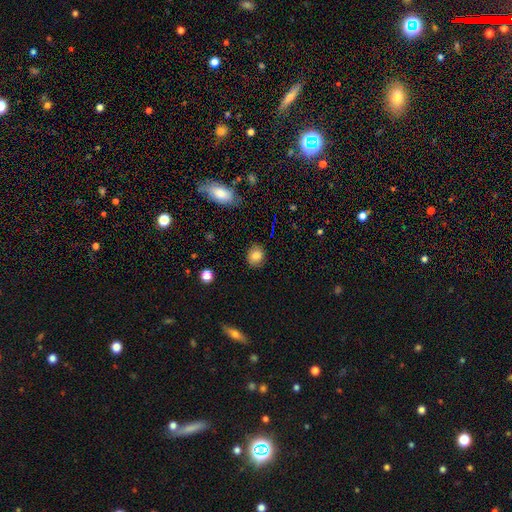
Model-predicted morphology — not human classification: The model was most divided on "how rounded": round: 65%, in between: 34%, cigar-shaped: 1%. More confident: merging — none (87%); smooth or featured — smooth (82%).